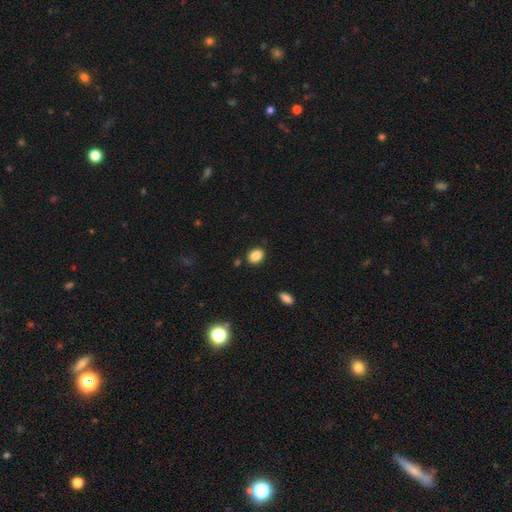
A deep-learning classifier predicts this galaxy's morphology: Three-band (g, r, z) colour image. It shows a smooth galaxy with no disk features (87%) that is in between round and cigar-shaped (67%). Merging: none (84%).